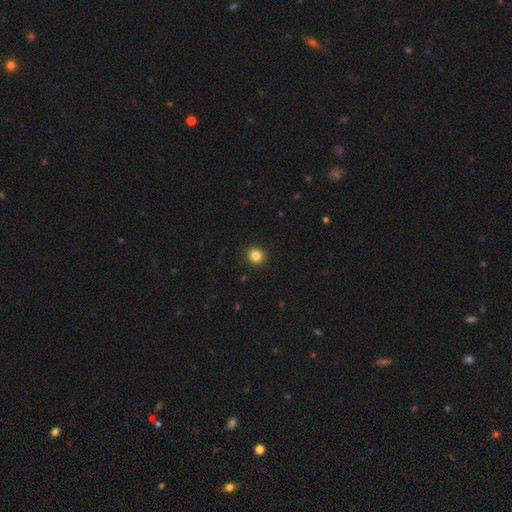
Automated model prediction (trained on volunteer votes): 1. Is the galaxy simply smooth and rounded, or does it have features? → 84% smooth, 11% star or artifact, 5% featured or disk.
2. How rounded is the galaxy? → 88% round, 11% in between, 1% cigar-shaped.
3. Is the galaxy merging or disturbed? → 92% none, 5% minor disturbance, 2% major disturbance, 1% merger.